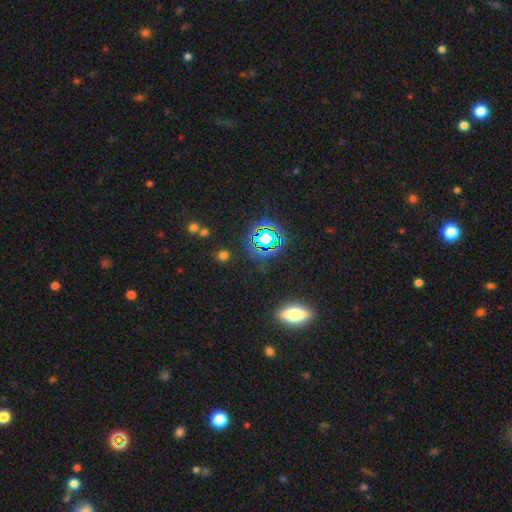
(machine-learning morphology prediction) smooth_or_featured: star or artifact (p=0.46) [alt: smooth p=0.44]